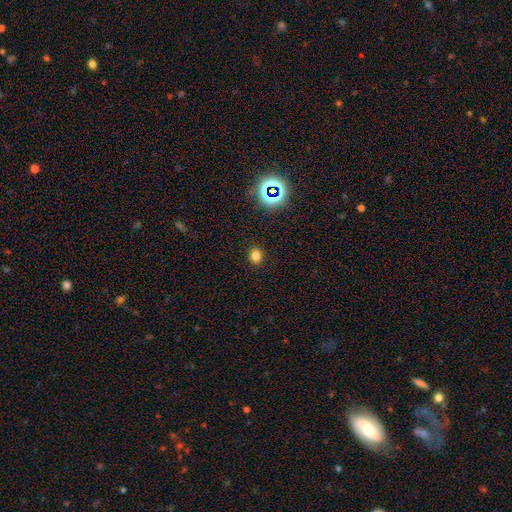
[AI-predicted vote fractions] smooth-or-featured: smooth: 76% | star or artifact: 18% | featured or disk: 5%
  how-rounded: round: 64% | in between: 35% | cigar-shaped: 1%
  merging: none: 89% | minor disturbance: 7% | major disturbance: 2% | merger: 1%